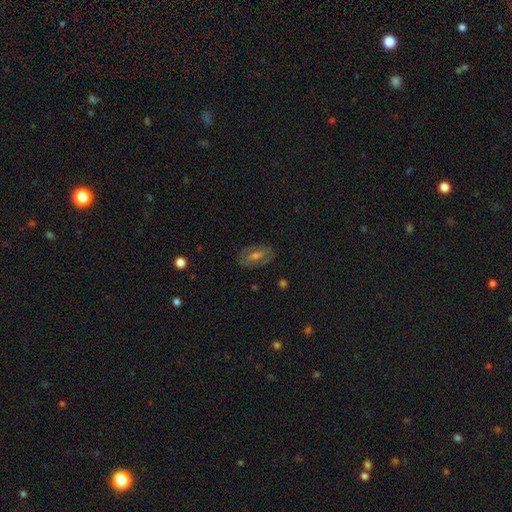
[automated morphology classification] This appears to be a featured or disk galaxy (53%). Merging: none (82%).